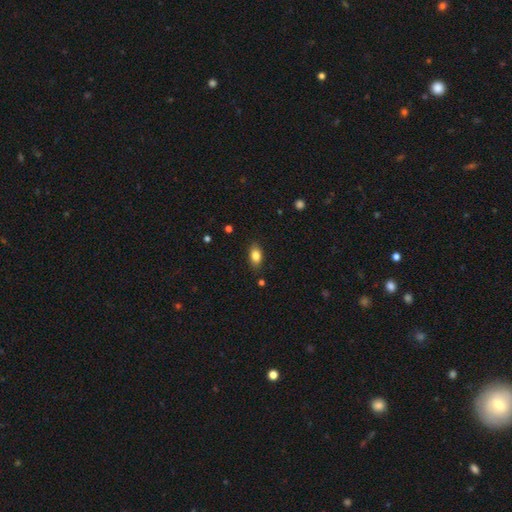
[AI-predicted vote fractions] A smooth galaxy with no disk features (83%) that is in between round and cigar-shaped (87%).

Vote fractions:
- Smooth or featured? smooth: 83% / featured or disk: 9% / star or artifact: 8%
- How rounded? in between: 87% / round: 9% / cigar-shaped: 4%
- Merging? none: 84% / minor disturbance: 12% / major disturbance: 3% / merger: 1%